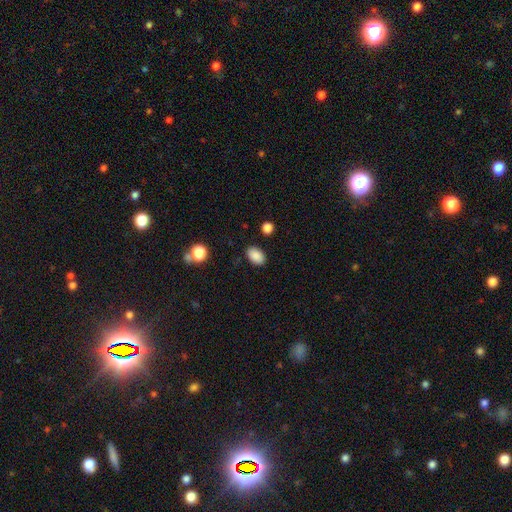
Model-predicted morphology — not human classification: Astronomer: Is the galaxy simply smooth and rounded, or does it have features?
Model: smooth — 88%.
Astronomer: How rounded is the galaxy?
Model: in between — 87%.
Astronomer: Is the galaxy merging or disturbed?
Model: none — 86%.